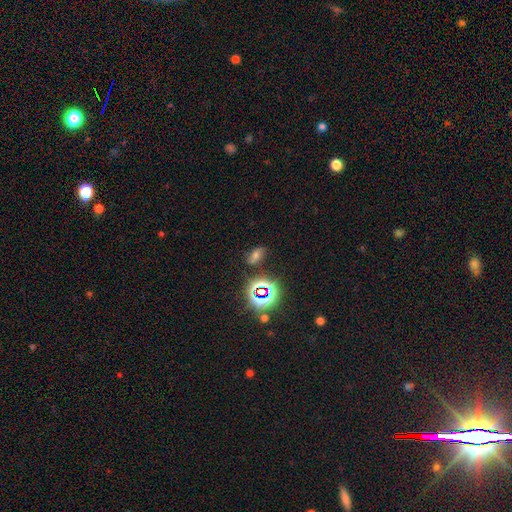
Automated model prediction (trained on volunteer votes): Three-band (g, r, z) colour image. It shows a smooth galaxy with no disk features (41%). Merging: none (74%).